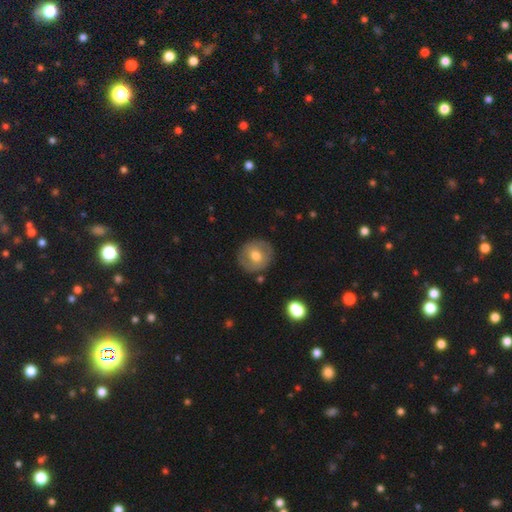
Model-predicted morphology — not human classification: Smooth or featured?
  - smooth: 58% *
  - featured or disk: 34%
  - star or artifact: 8%
How rounded?
  - round: 89% *
  - in between: 10%
  - cigar-shaped: 1%
Merging?
  - none: 85% *
  - minor disturbance: 10%
  - major disturbance: 3%
  - merger: 2%